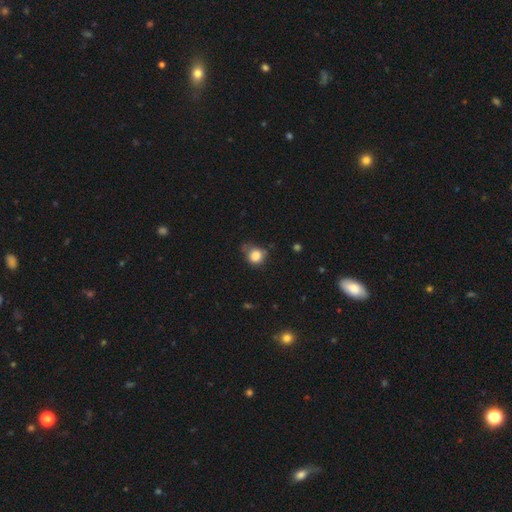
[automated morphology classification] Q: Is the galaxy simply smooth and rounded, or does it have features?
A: smooth — 82%.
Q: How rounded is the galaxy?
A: round — 77%.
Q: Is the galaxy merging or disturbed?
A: none — 51%.